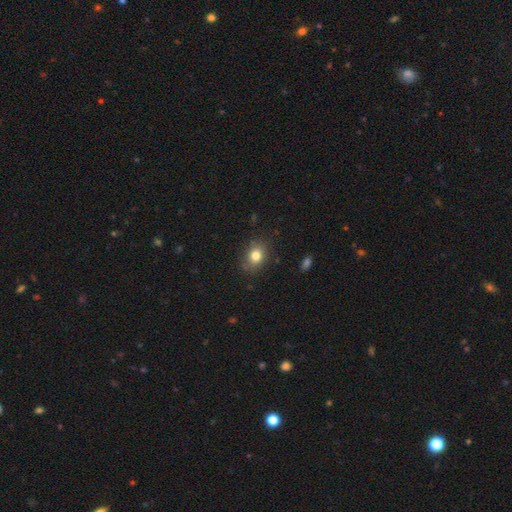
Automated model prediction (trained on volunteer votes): A smooth galaxy with no disk features (80%) that is in between round and cigar-shaped (56%). Merging: none (79%).